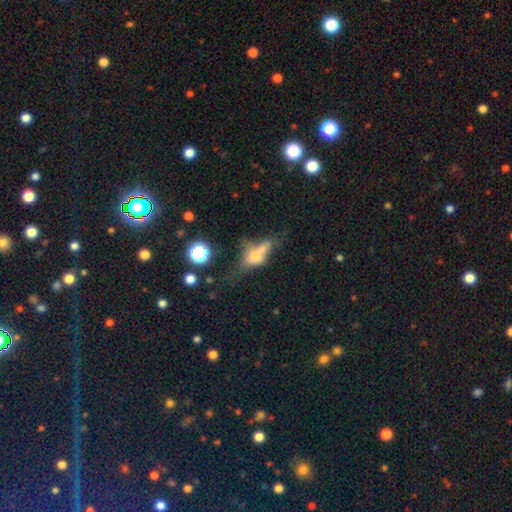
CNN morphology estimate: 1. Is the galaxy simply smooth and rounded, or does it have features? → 54% smooth, 31% featured or disk, 14% star or artifact.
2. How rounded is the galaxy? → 58% in between, 29% round, 12% cigar-shaped.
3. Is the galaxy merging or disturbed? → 50% merger, 24% none, 14% major disturbance, 13% minor disturbance.